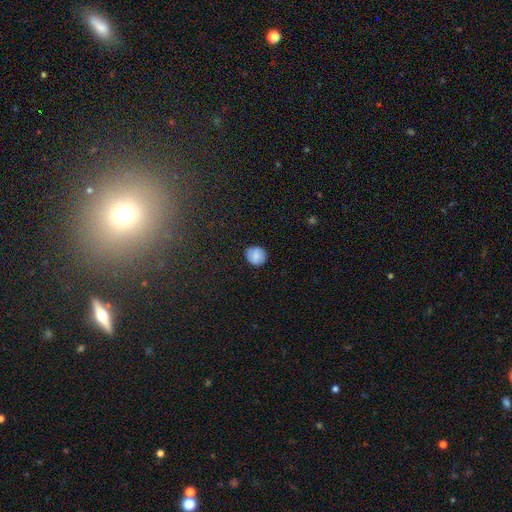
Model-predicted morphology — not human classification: smooth_or_featured: smooth (p=0.81) [alt: featured or disk p=0.11]
how_rounded: round (p=0.83) [alt: in between p=0.16]
merging: none (p=0.85) [alt: minor disturbance p=0.11]